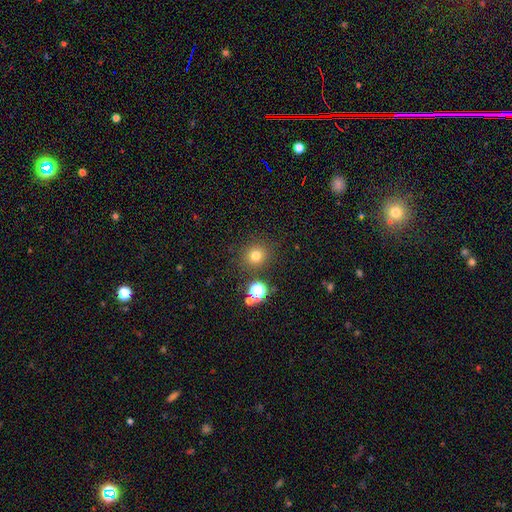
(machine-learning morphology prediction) smooth_or_featured: smooth (p=0.75) [alt: star or artifact p=0.18]
how_rounded: round (p=0.90) [alt: in between p=0.09]
merging: none (p=0.86) [alt: minor disturbance p=0.07]